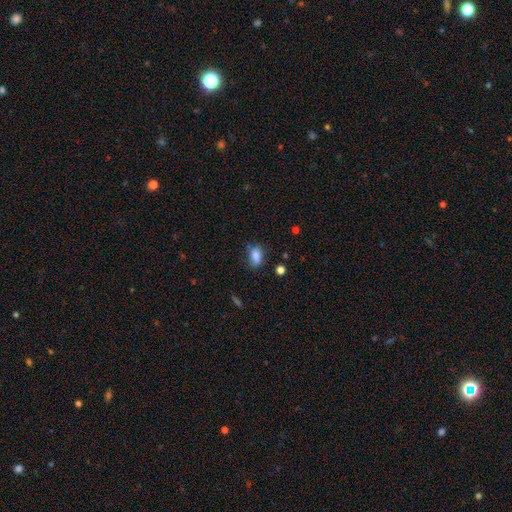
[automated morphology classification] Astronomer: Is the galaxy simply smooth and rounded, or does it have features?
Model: smooth — 79%.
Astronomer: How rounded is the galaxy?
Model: in between — 81%.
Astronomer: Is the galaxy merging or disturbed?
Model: none — 64%.